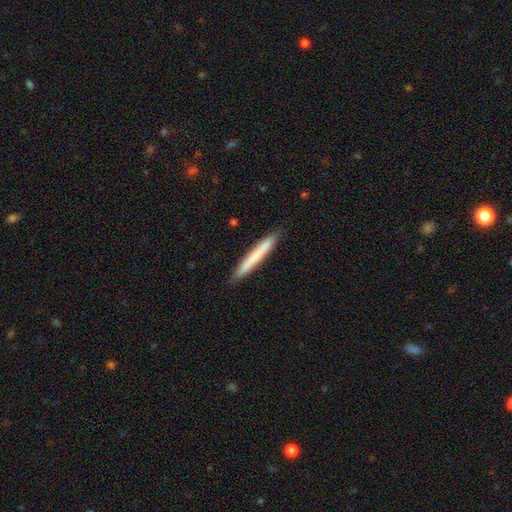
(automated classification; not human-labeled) Smooth or featured: smooth — 71% (featured or disk — 24%)
How rounded: cigar-shaped — 97% (in between — 2%)
Merging: none — 91% (minor disturbance — 7%)